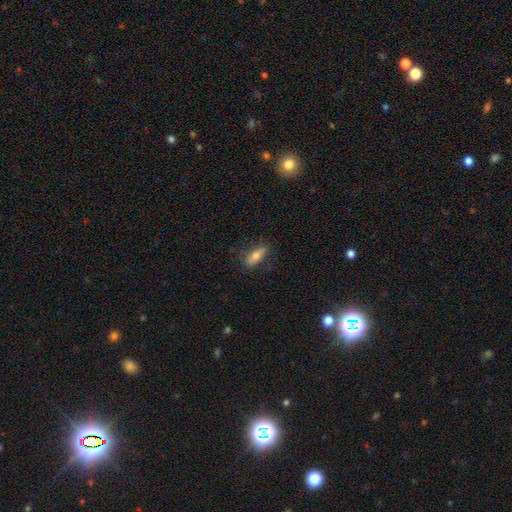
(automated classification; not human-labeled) Morphology: type=smooth (64%); roundness=in between (59%); merging=none (78%).